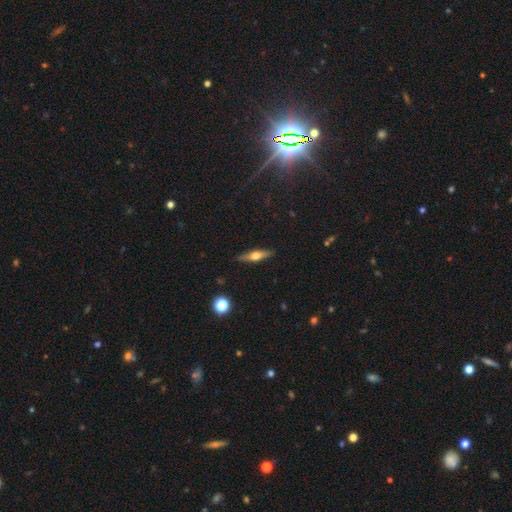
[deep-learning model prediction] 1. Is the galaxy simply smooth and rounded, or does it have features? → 59% featured or disk, 34% smooth, 7% star or artifact.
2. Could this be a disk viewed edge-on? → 94% yes, 6% no.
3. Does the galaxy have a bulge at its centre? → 93% rounded, 4% boxy, 3% none.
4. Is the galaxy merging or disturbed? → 88% none, 9% minor disturbance, 2% major disturbance, 1% merger.